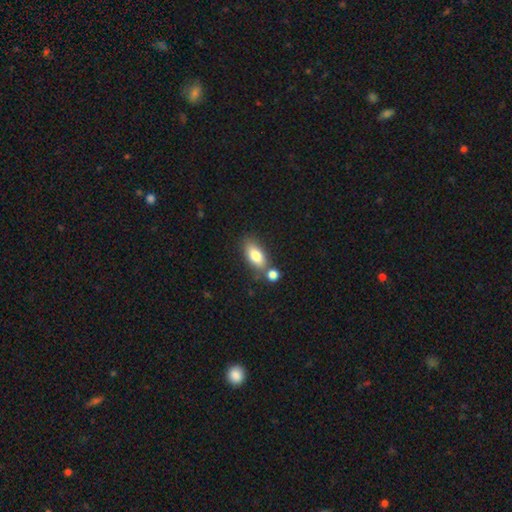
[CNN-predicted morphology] This is likely a smooth galaxy (80%). How rounded: clearly in between (86%). Merging: possibly none (59%).